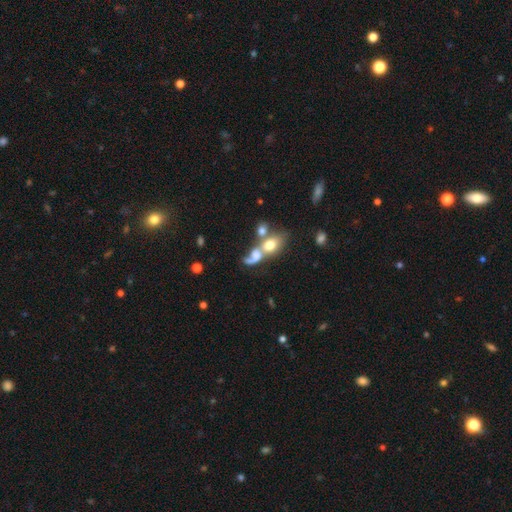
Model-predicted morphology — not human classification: A smooth galaxy with no disk features (49%). Merging: merger (64%).